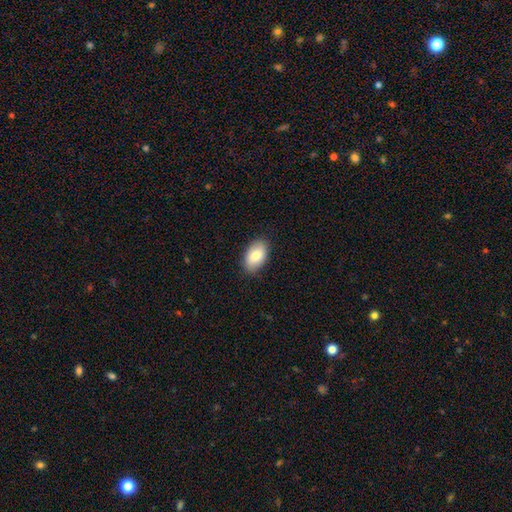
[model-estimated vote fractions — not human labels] The model was most divided on "smooth or featured": smooth: 81%, featured or disk: 13%, star or artifact: 6%. More confident: how rounded — in between (93%); merging — none (85%).